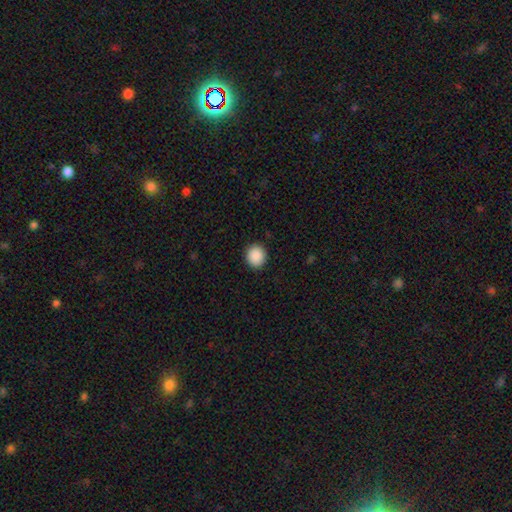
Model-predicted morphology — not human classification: Smooth or featured: smooth — 90% (star or artifact — 8%)
How rounded: round — 84% (in between — 15%)
Merging: none — 92% (minor disturbance — 6%)